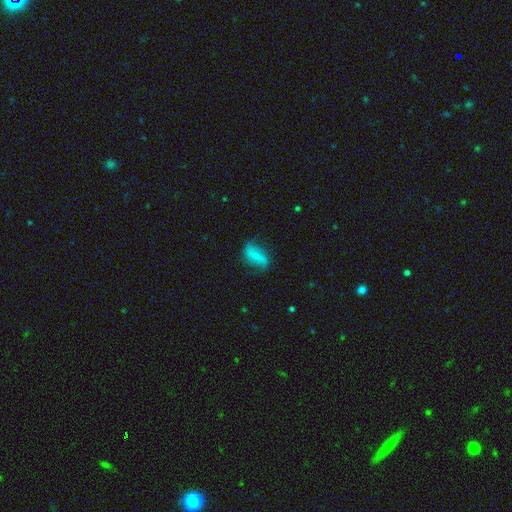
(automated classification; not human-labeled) smooth_or_featured: featured or disk (p=0.49) [alt: smooth p=0.43]
merging: none (p=0.69) [alt: minor disturbance p=0.22]